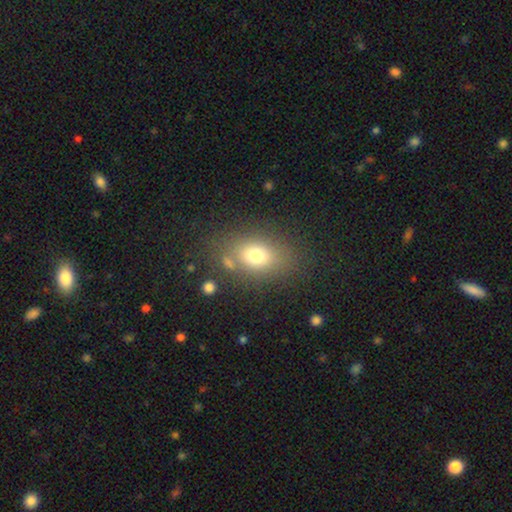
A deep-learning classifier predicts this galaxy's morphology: The model was most divided on "how rounded": in between: 70%, round: 28%, cigar-shaped: 2%. More confident: smooth or featured — smooth (73%); merging — none (72%).